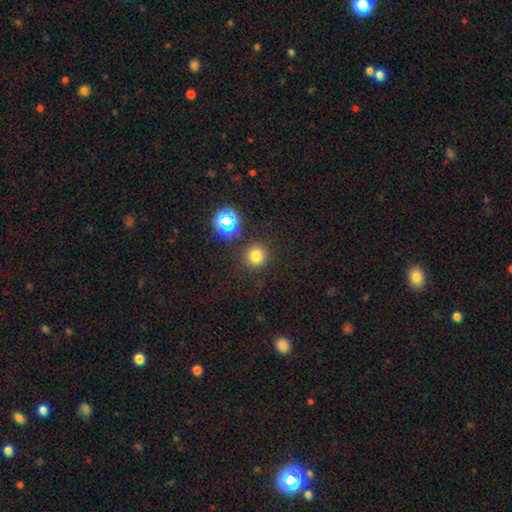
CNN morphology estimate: type=smooth (74%); roundness=round (93%); merging=none (87%).